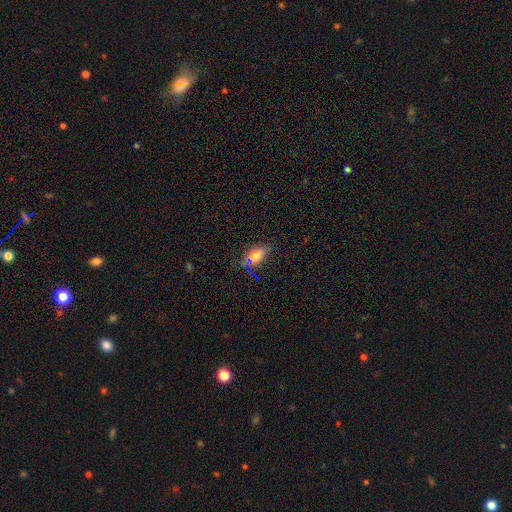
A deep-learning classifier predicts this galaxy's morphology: smooth-or-featured: smooth: 64% | star or artifact: 23% | featured or disk: 13%
  how-rounded: in between: 80% | round: 11% | cigar-shaped: 9%
  merging: none: 68% | minor disturbance: 18% | major disturbance: 8% | merger: 7%